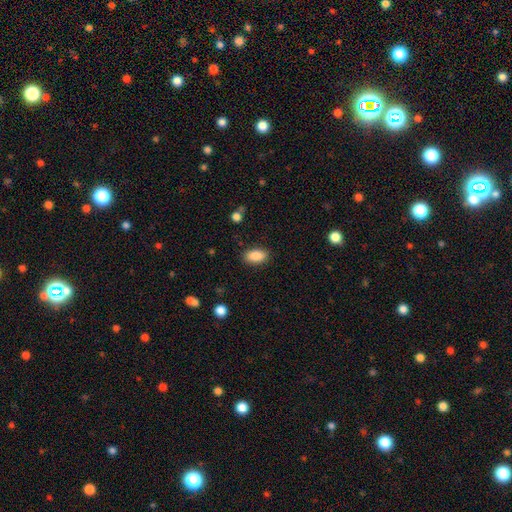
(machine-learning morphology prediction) Smooth or featured? Predicted: smooth (p=0.88). How rounded? Predicted: in between (p=0.92). Merging? Predicted: none (p=0.87).